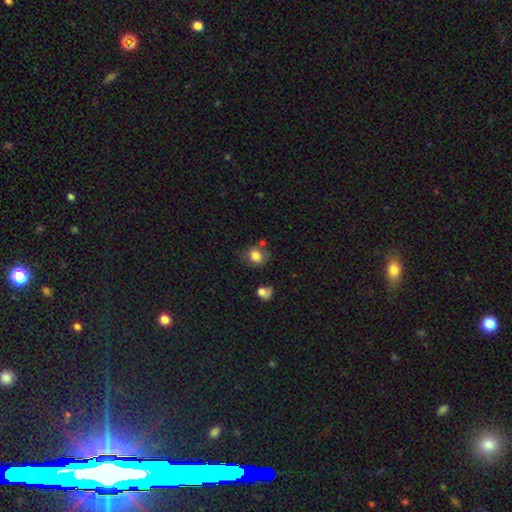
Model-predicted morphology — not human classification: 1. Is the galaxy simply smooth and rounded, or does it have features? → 80% smooth, 10% star or artifact, 10% featured or disk.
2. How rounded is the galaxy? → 64% round, 35% in between, 1% cigar-shaped.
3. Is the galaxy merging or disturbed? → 66% none, 19% minor disturbance, 9% merger, 6% major disturbance.